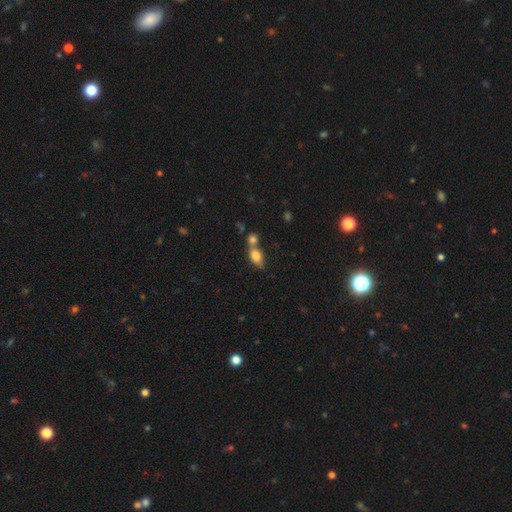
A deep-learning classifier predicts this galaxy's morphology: Smooth or featured? smooth (79%)
How rounded? in between (82%)
Merging? merger (49%)